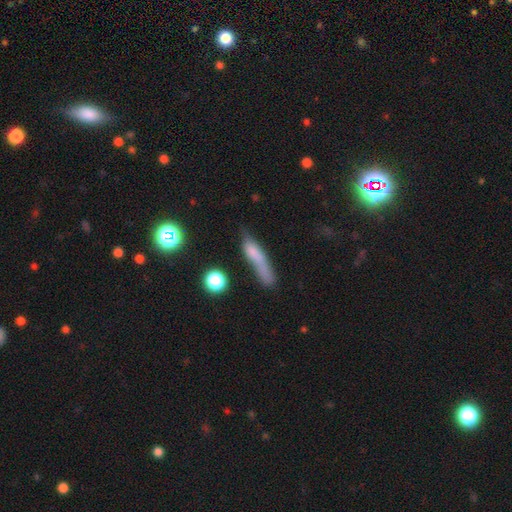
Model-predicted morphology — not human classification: Smooth or featured: smooth — 65% (featured or disk — 23%)
How rounded: cigar-shaped — 79% (in between — 16%)
Merging: none — 43% (minor disturbance — 28%)